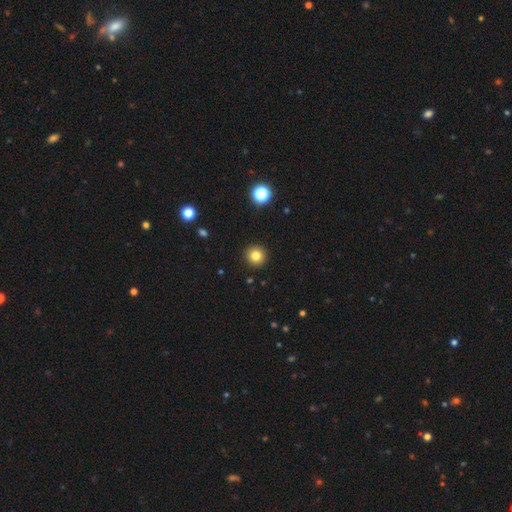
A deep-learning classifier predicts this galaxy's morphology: This appears to be a smooth galaxy with no disk features (81%) that is round (95%). Merging: none (93%).